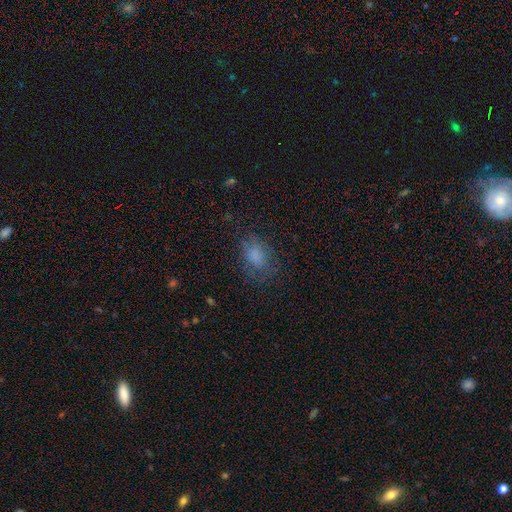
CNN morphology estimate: smooth-or-featured: smooth: 74% | star or artifact: 14% | featured or disk: 12%
  how-rounded: in between: 76% | round: 22% | cigar-shaped: 2%
  merging: none: 66% | minor disturbance: 20% | major disturbance: 13% | merger: 1%